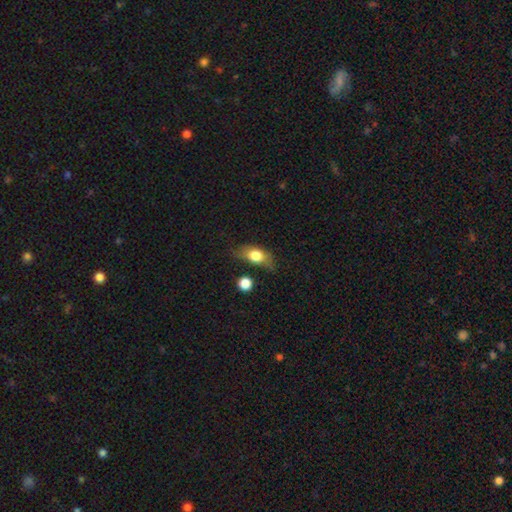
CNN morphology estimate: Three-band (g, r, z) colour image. It shows a smooth galaxy with no disk features (71%) that is in between round and cigar-shaped (73%). Merging: none (53%).